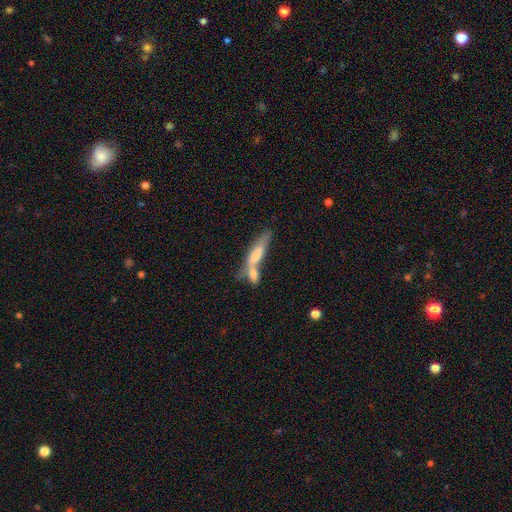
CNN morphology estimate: Smooth or featured?
  - smooth: 47% *
  - featured or disk: 43%
  - star or artifact: 10%
Merging?
  - merger: 40% *
  - none: 39%
  - minor disturbance: 13%
  - major disturbance: 7%